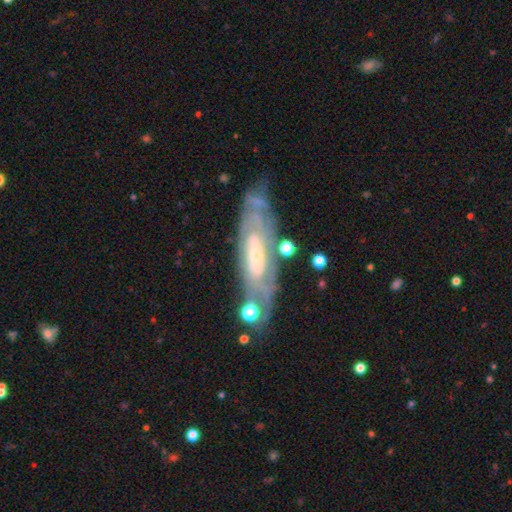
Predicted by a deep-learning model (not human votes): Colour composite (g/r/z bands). It shows a featured or disk galaxy (77%) with no bar (58%), spiral arms (82%) and a small central bulge (64%). Merging: none (69%).